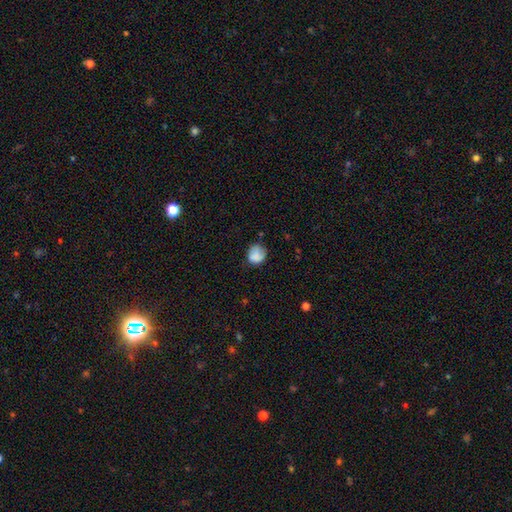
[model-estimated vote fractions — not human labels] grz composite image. It shows a smooth galaxy with no disk features (81%) that is round (78%). Merging: none (61%).